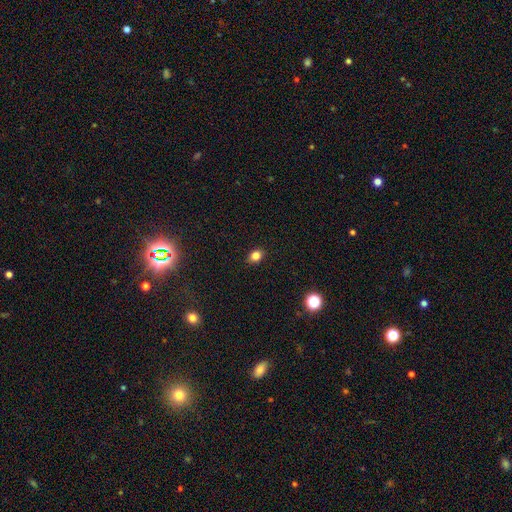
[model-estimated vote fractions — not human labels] Smooth or featured? Predicted: smooth (p=0.81). How rounded? Predicted: in between (p=0.51). Merging? Predicted: none (p=0.89).